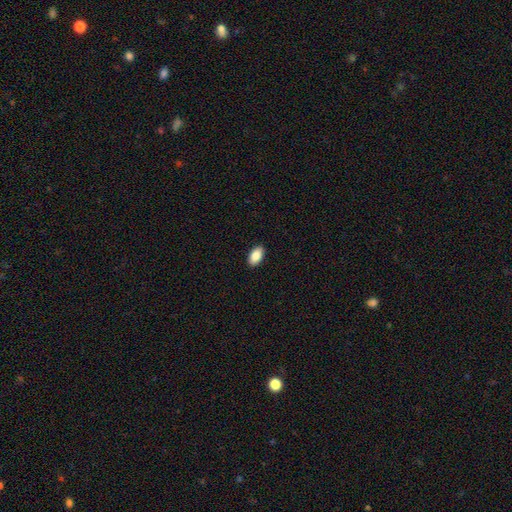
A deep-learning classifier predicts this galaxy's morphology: Q: Smooth or featured?
A: smooth (88%); runner-up: star or artifact (7%)
Q: How rounded?
A: in between (94%); runner-up: round (4%)
Q: Merging?
A: none (91%); runner-up: minor disturbance (7%)